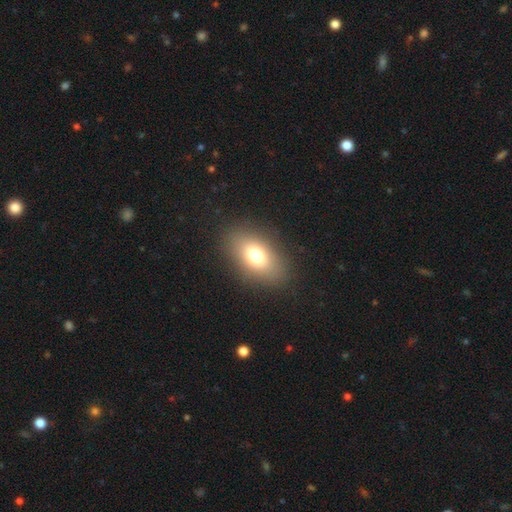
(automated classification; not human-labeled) The model was most divided on "smooth or featured": smooth: 74%, featured or disk: 15%, star or artifact: 11%. More confident: merging — none (86%); how rounded — in between (86%).